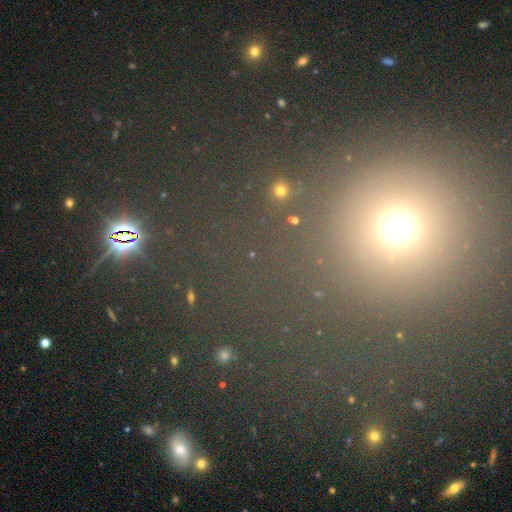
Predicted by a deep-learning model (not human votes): This appears to be a smooth galaxy with no disk features (52%) that is round (88%). Merging: none (80%).